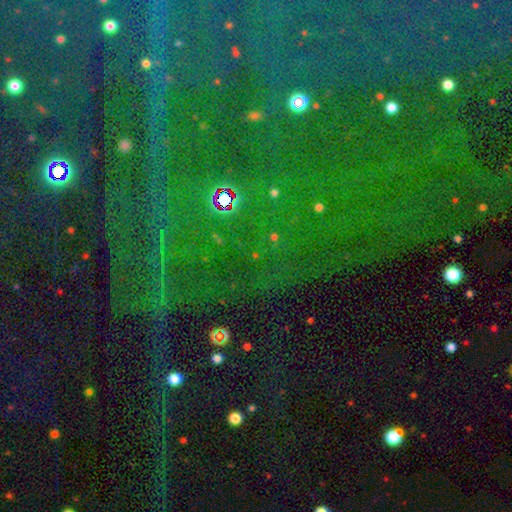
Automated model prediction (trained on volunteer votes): This appears to be a star or artifact, not a galaxy (82%).